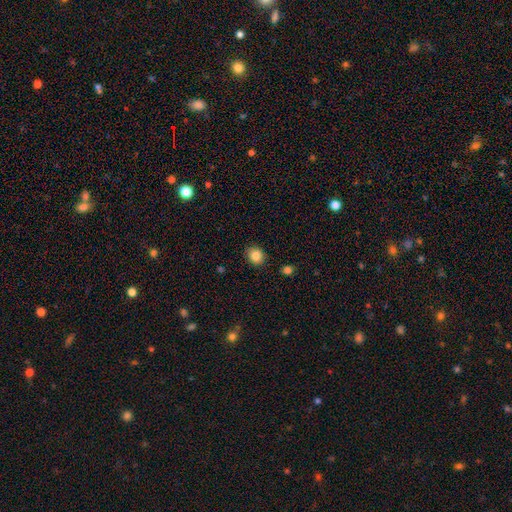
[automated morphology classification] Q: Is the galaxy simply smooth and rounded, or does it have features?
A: smooth — 85%.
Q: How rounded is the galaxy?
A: round — 71%.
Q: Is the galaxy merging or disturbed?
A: none — 88%.